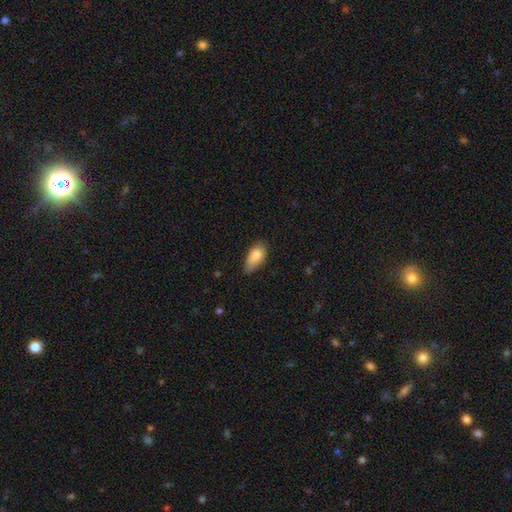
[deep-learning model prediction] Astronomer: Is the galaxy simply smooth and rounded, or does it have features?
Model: smooth — 85%.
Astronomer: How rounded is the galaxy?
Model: in between — 89%.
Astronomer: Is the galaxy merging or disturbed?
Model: none — 59% (runner-up: minor disturbance, 34%).